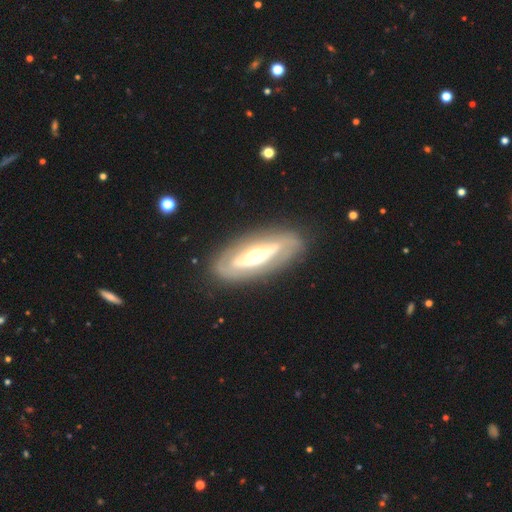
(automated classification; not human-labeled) The model was most divided on "spiral arms": no: 55%, yes: 45%. More confident: merging — none (82%); edge-on disk — no (79%); smooth or featured — featured or disk (74%); bulge size — moderate (64%); bar — no (52%).